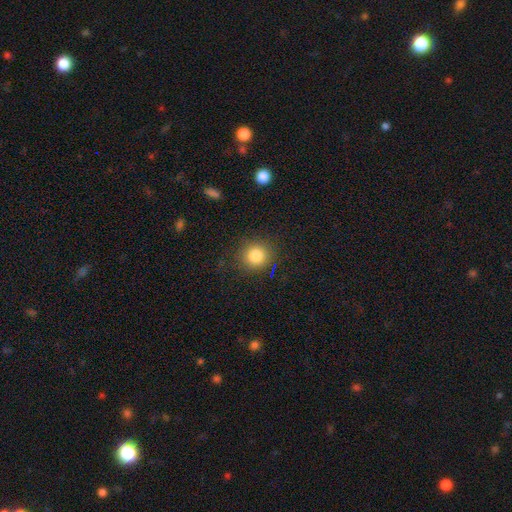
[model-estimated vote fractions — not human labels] smooth_or_featured: smooth (p=0.83) [alt: star or artifact p=0.11]
how_rounded: round (p=0.88) [alt: in between p=0.11]
merging: none (p=0.87) [alt: minor disturbance p=0.08]